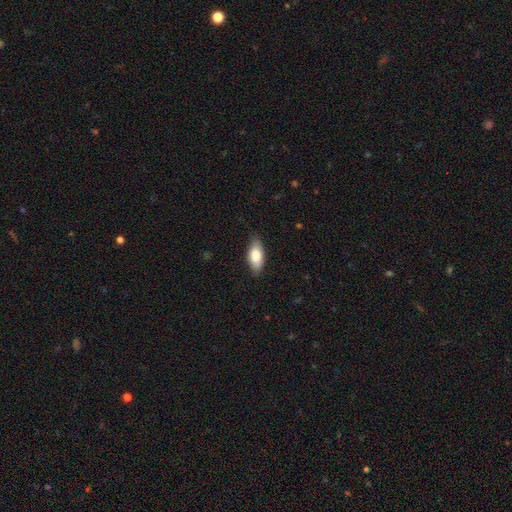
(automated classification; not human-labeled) A smooth galaxy with no disk features (83%) that is in between round and cigar-shaped (86%). Merging: none (82%).